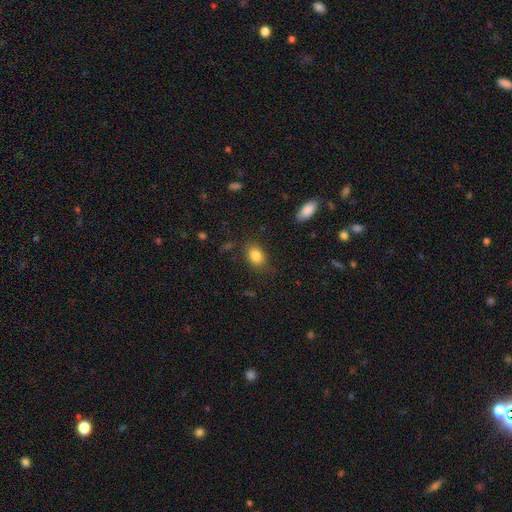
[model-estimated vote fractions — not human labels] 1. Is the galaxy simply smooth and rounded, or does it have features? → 84% smooth, 9% star or artifact, 7% featured or disk.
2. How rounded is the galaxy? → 77% in between, 22% round, 1% cigar-shaped.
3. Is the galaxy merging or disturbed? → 79% none, 15% minor disturbance, 4% major disturbance, 2% merger.